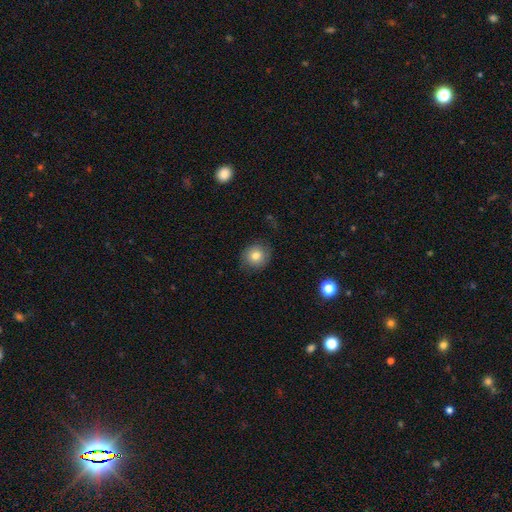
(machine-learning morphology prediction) Smooth or featured? Predicted: smooth (p=0.74). How rounded? Predicted: round (p=0.87). Merging? Predicted: none (p=0.78).